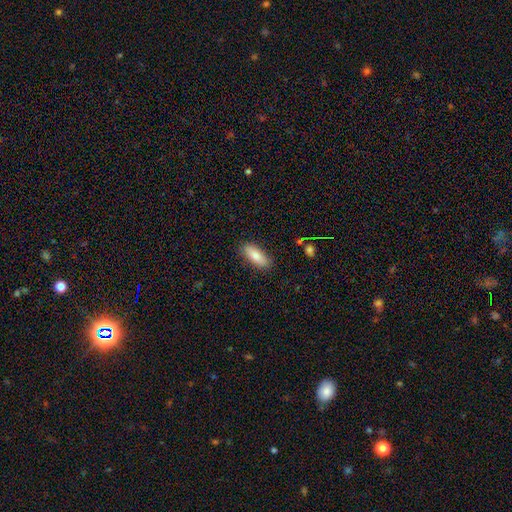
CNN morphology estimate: This appears to be a smooth galaxy with no disk features (81%) that is in between round and cigar-shaped (72%). Merging: none (86%).